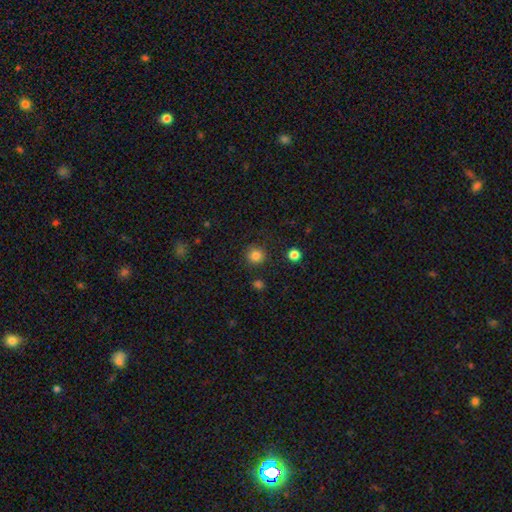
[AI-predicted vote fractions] smooth 83%, star or artifact 13%, featured or disk 5%. Down the decision tree: how rounded — round (93%); merging — none (88%).